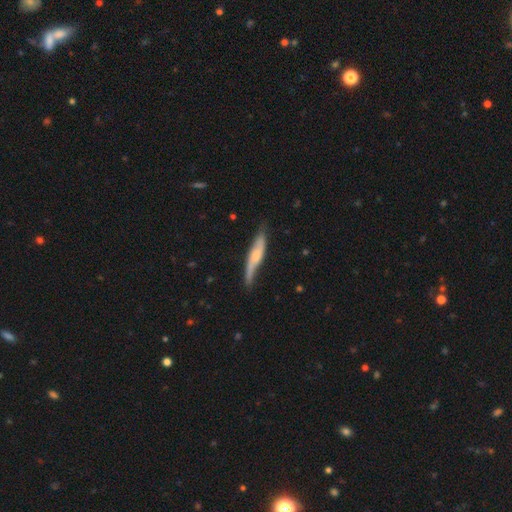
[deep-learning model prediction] Overall: featured or disk (55%; smooth 40%). Edge-on disk: yes (61%; no 39%). Merging: none (59%; minor disturbance 31%).